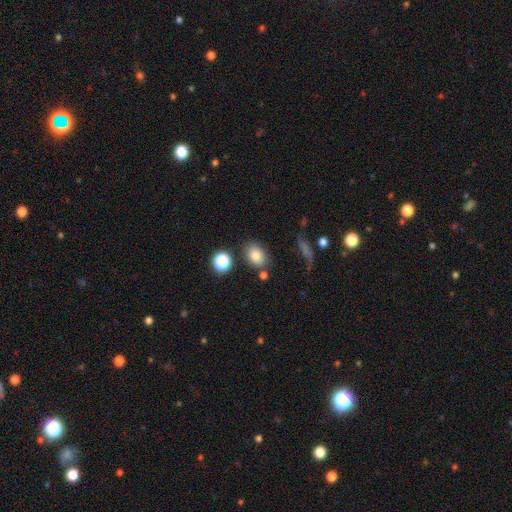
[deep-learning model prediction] The model was most divided on "how rounded": in between: 70%, round: 28%, cigar-shaped: 1%. More confident: smooth or featured — smooth (78%); merging — none (76%).